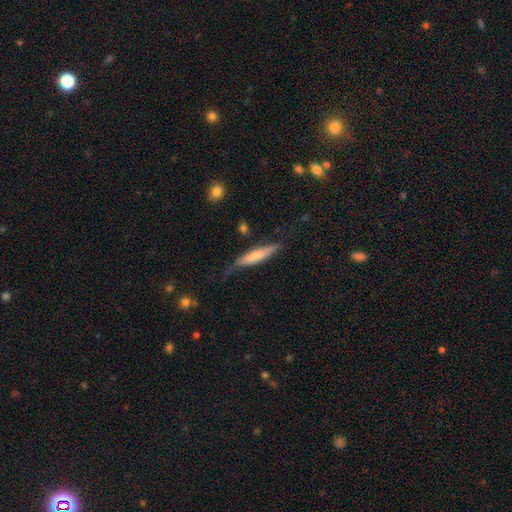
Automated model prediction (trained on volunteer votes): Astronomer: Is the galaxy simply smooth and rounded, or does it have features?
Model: smooth — 64%.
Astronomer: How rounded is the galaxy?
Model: cigar-shaped — 85%.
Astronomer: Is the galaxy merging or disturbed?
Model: none — 61%.